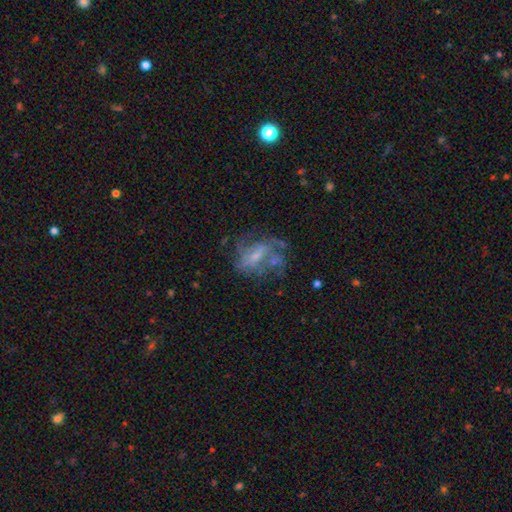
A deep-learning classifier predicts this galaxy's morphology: Overall: featured or disk (71%). Edge-on disk: no (96%). Bar: weak (46%; no 34%). Spiral arms: yes (67%; no 33%). Bulge size: small (55%; moderate 30%). Merging: none (46%; major disturbance 27%).